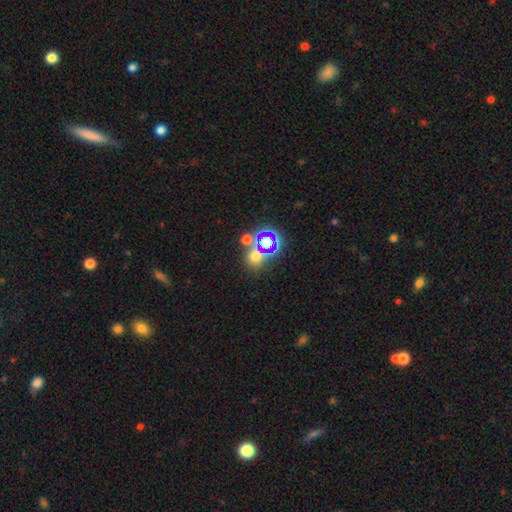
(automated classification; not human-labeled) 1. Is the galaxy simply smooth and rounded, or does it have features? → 51% smooth, 38% star or artifact, 11% featured or disk.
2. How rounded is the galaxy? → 78% round, 21% in between, 1% cigar-shaped.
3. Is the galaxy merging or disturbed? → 56% none, 31% merger, 8% minor disturbance, 5% major disturbance.